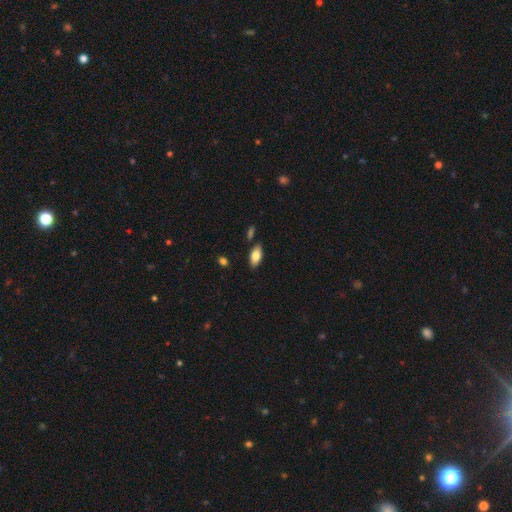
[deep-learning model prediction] smooth-or-featured: smooth: 80% | featured or disk: 13% | star or artifact: 7%
  how-rounded: in between: 91% | cigar-shaped: 6% | round: 3%
  merging: none: 81% | minor disturbance: 12% | merger: 4% | major disturbance: 3%